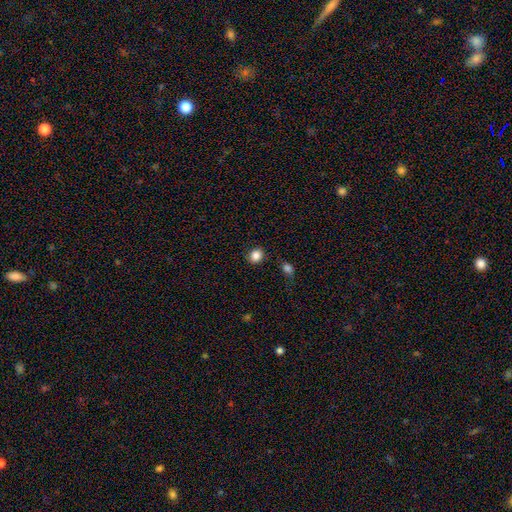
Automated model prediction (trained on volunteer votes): Smooth or featured?
  - smooth: 85% *
  - star or artifact: 10%
  - featured or disk: 4%
How rounded?
  - round: 75% *
  - in between: 24%
  - cigar-shaped: 1%
Merging?
  - none: 85% *
  - minor disturbance: 9%
  - merger: 3%
  - major disturbance: 3%